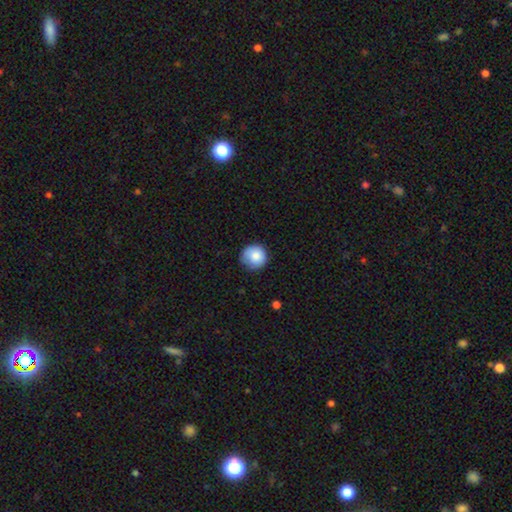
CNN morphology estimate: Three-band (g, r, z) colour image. It shows a smooth galaxy with no disk features (84%) that is round (93%). Merging: none (74%).